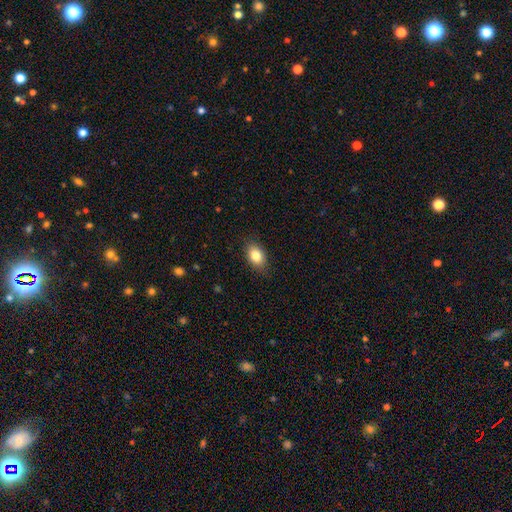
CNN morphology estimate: A smooth galaxy with no disk features (84%) that is in between round and cigar-shaped (84%). Merging: none (84%).